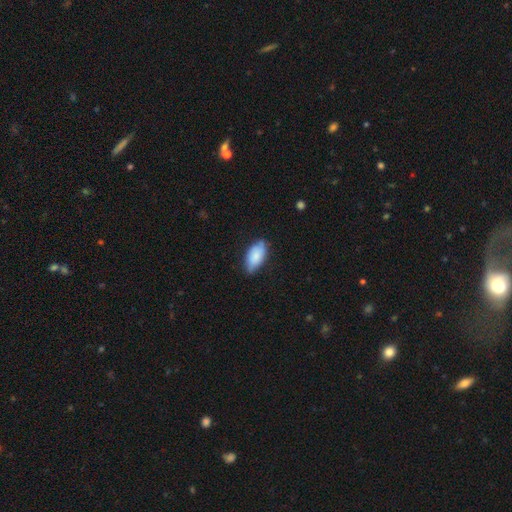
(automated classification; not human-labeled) A smooth galaxy with no disk features (82%) that is in between round and cigar-shaped (92%).

Vote fractions:
- Smooth or featured? smooth: 82% / featured or disk: 12% / star or artifact: 6%
- How rounded? in between: 92% / cigar-shaped: 6% / round: 2%
- Merging? none: 71% / minor disturbance: 24% / major disturbance: 3% / merger: 1%